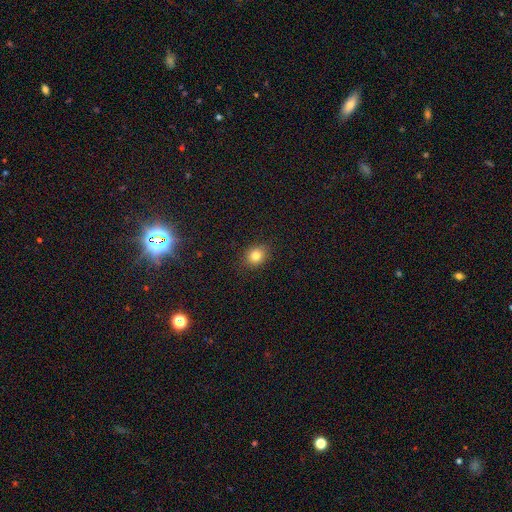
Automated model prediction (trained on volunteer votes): Smooth or featured?
  - smooth: 81% *
  - star or artifact: 12%
  - featured or disk: 7%
How rounded?
  - round: 64% *
  - in between: 35%
  - cigar-shaped: 1%
Merging?
  - none: 87% *
  - minor disturbance: 9%
  - major disturbance: 2%
  - merger: 1%